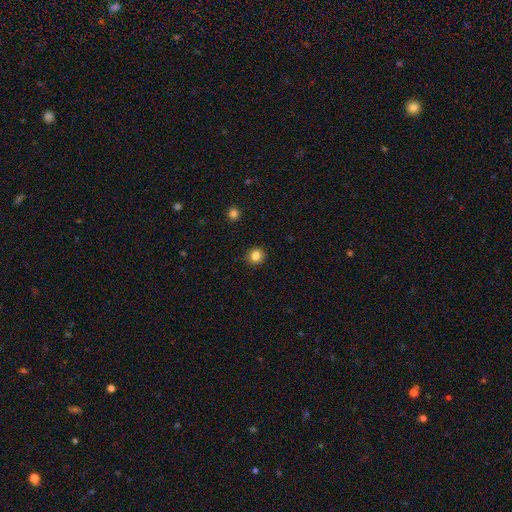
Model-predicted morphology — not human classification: type=smooth (84%); roundness=round (86%); merging=none (90%).